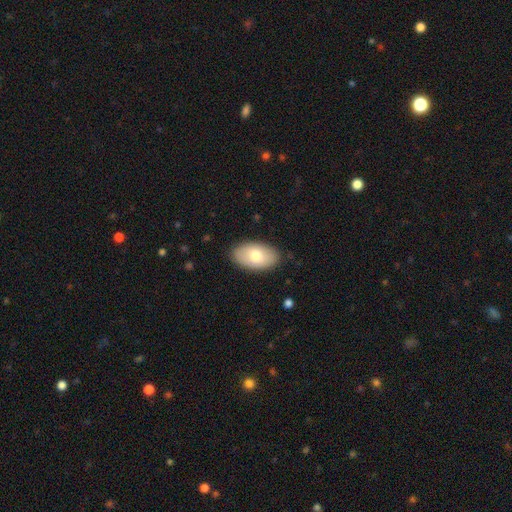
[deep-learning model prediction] smooth_or_featured: smooth (p=0.74) [alt: featured or disk p=0.20]
how_rounded: in between (p=0.94) [alt: round p=0.05]
merging: none (p=0.87) [alt: minor disturbance p=0.10]